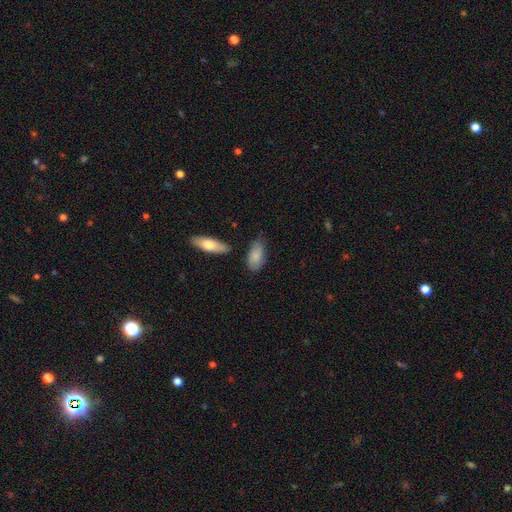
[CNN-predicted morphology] This is clearly a smooth galaxy (81%). How rounded: clearly in between (90%). Merging: likely none (64%).